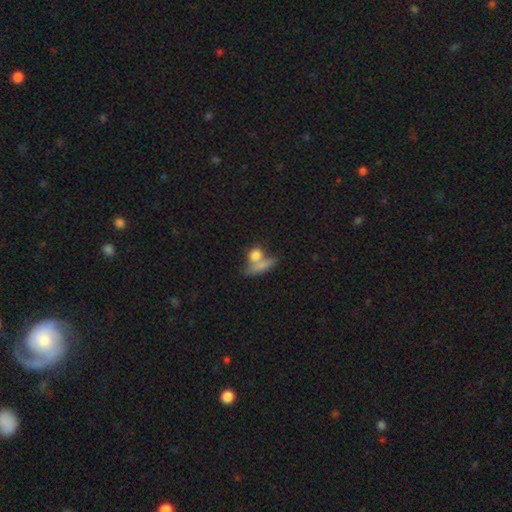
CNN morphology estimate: Smooth or featured? smooth (73%)
How rounded? round (49%)
Merging? none (45%)